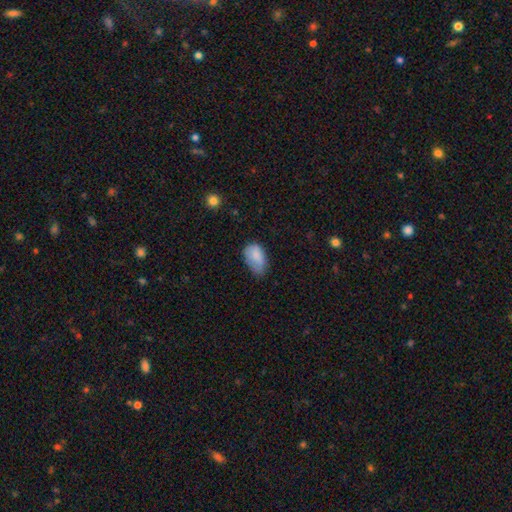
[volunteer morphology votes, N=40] This appears to be a smooth galaxy with no disk features (85%) that is in between round and cigar-shaped (94%). Merging: none (43%).